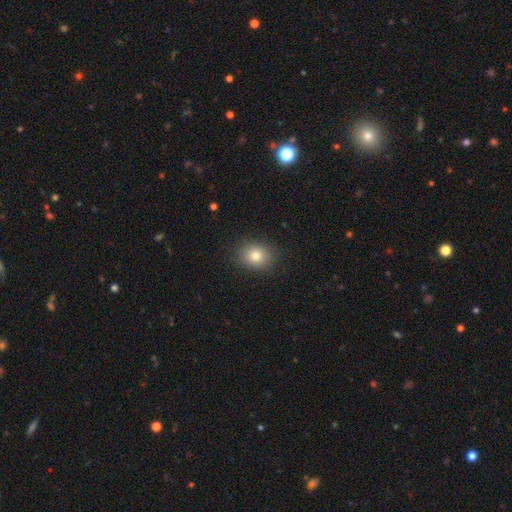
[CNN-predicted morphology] Smooth or featured? Predicted: smooth (p=0.80). How rounded? Predicted: round (p=0.64). Merging? Predicted: none (p=0.88).